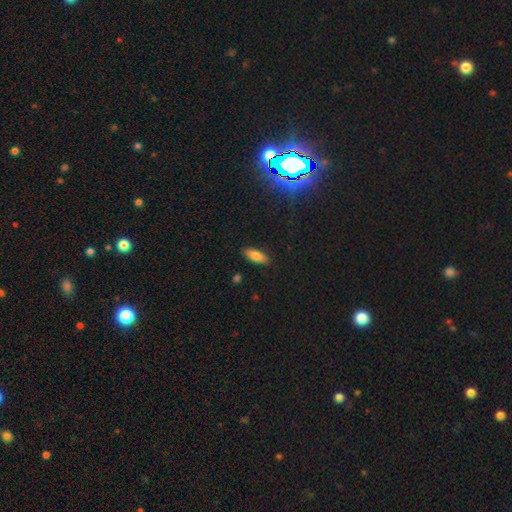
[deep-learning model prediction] A smooth galaxy with no disk features (82%) that is in between round and cigar-shaped (73%).

Vote fractions:
- Smooth or featured? smooth: 82% / featured or disk: 10% / star or artifact: 8%
- How rounded? in between: 73% / cigar-shaped: 24% / round: 2%
- Merging? none: 87% / minor disturbance: 9% / major disturbance: 2% / merger: 1%